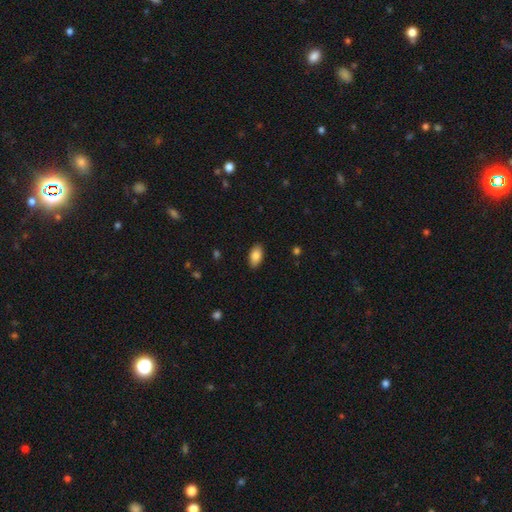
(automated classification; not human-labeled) A smooth galaxy with no disk features (85%) that is in between round and cigar-shaped (93%).

Vote fractions:
- Smooth or featured? smooth: 85% / featured or disk: 8% / star or artifact: 7%
- How rounded? in between: 93% / round: 4% / cigar-shaped: 3%
- Merging? none: 88% / minor disturbance: 9% / major disturbance: 2% / merger: 1%